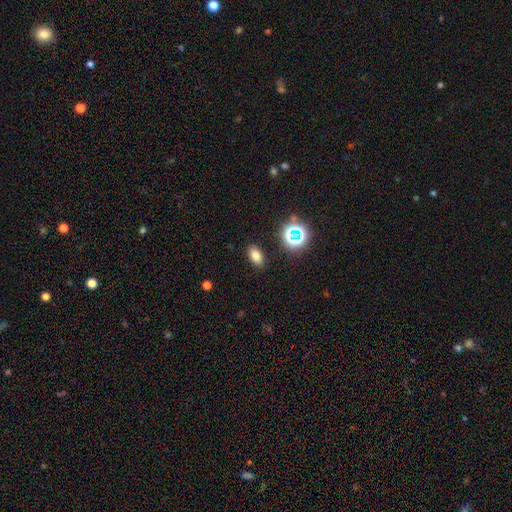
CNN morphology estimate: This appears to be a smooth galaxy with no disk features (74%) that is in between round and cigar-shaped (85%). Merging: none (88%).